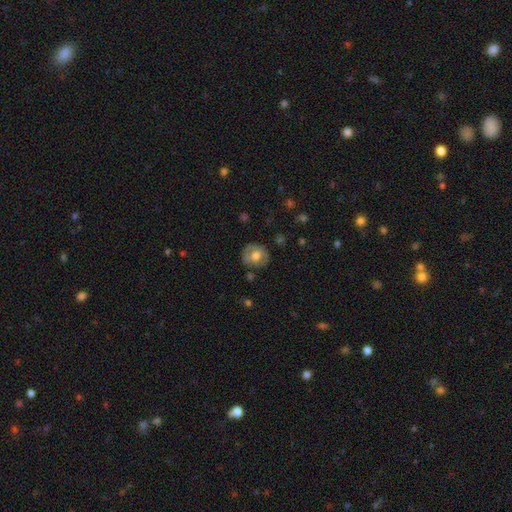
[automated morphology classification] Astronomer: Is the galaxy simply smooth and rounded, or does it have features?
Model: smooth — 55% (runner-up: featured or disk, 37%).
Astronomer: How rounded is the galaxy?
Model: round — 80%.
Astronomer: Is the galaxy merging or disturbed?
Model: none — 78%.